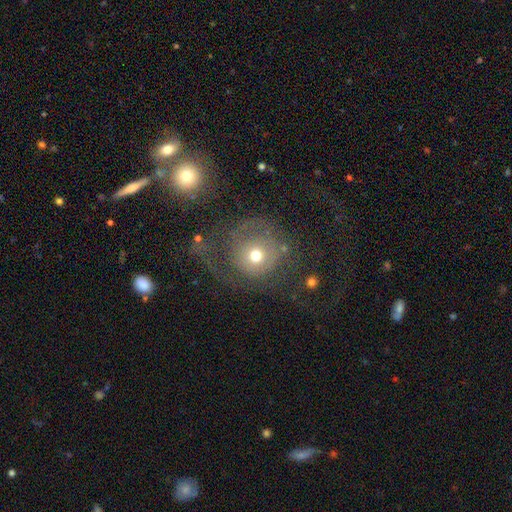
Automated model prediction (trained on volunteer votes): smooth 55%, featured or disk 32%, star or artifact 13%. Down the decision tree: how rounded — round (90%); merging — major disturbance (43%).